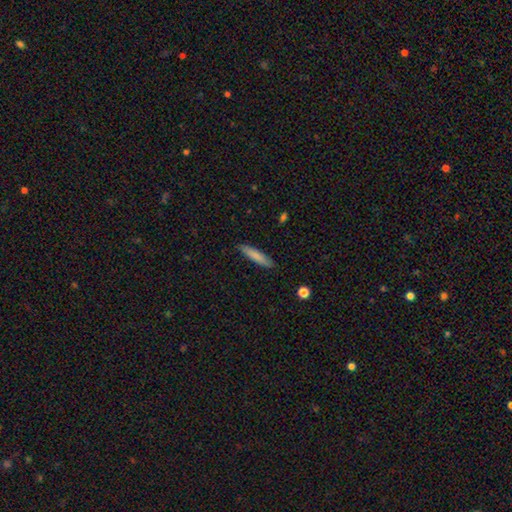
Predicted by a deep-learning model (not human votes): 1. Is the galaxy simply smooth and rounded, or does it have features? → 81% smooth, 13% featured or disk, 6% star or artifact.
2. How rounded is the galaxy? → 85% cigar-shaped, 13% in between, 1% round.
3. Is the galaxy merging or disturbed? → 88% none, 9% minor disturbance, 2% major disturbance, 1% merger.